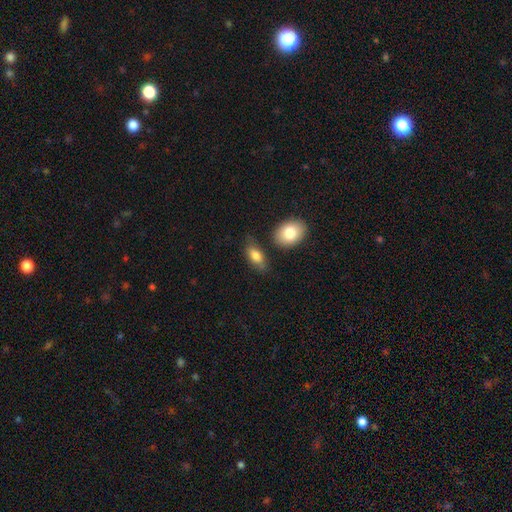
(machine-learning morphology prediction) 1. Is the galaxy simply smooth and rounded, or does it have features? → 80% smooth, 13% featured or disk, 7% star or artifact.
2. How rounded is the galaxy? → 87% in between, 6% cigar-shaped, 6% round.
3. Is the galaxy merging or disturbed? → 67% none, 20% minor disturbance, 8% merger, 5% major disturbance.